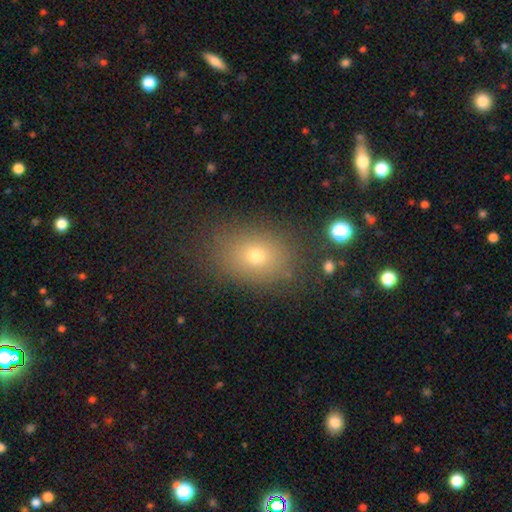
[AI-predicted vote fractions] A smooth galaxy with no disk features (71%) that is in between round and cigar-shaped (65%). Merging: none (81%).